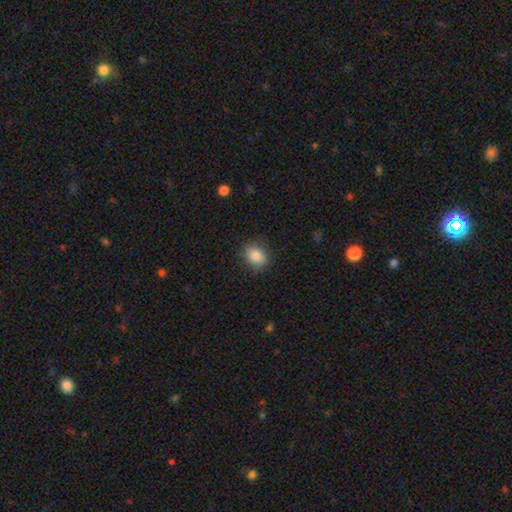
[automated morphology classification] This is clearly a smooth galaxy (85%). How rounded: possibly in between (53%). Merging: clearly none (86%).